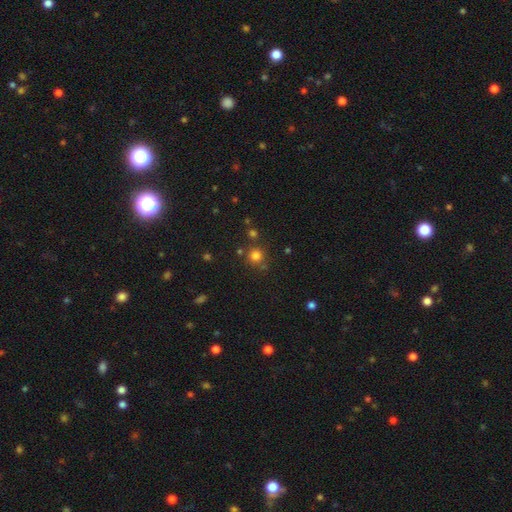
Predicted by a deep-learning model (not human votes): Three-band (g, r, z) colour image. It shows a smooth galaxy with no disk features (77%) that is round (93%). Merging: none (77%).